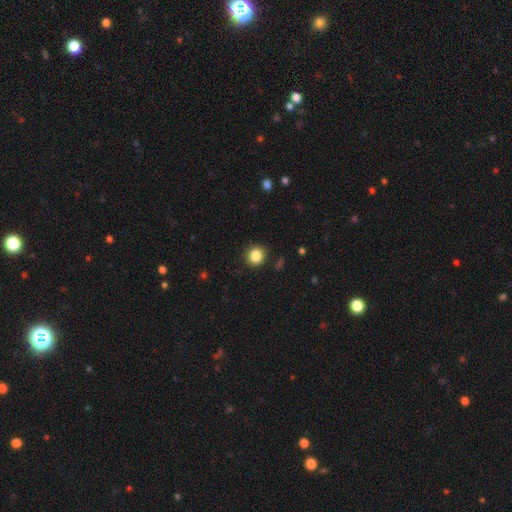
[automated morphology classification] Smooth or featured? smooth (85%)
How rounded? round (86%)
Merging? none (88%)